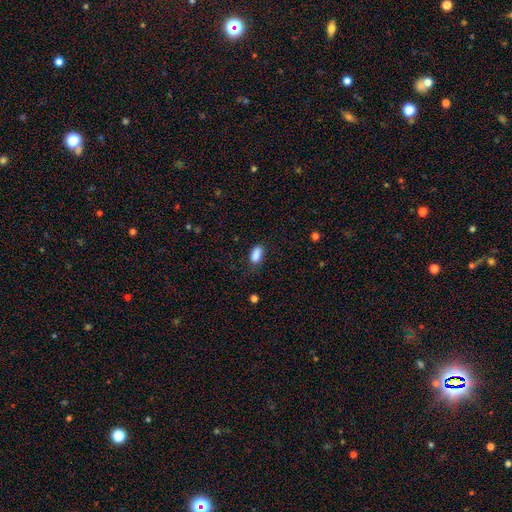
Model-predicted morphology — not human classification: Smooth or featured? smooth (87%)
How rounded? in between (89%)
Merging? none (68%)